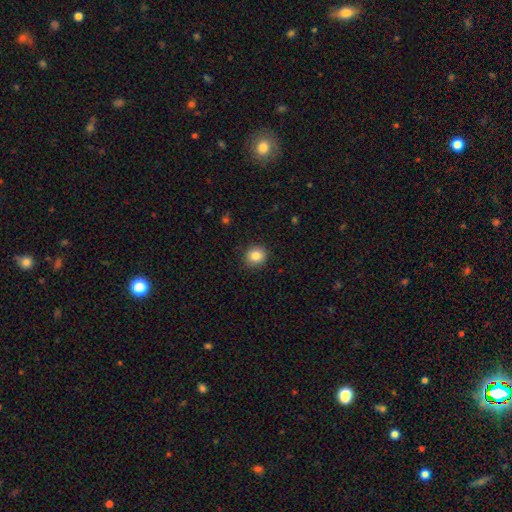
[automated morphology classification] type=smooth (85%); roundness=round (80%); merging=none (90%).